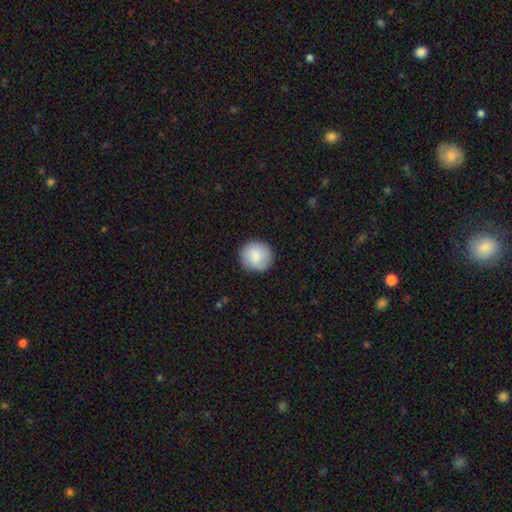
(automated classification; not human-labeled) Smooth or featured: smooth — 86% (featured or disk — 8%)
How rounded: round — 95% (in between — 5%)
Merging: none — 89% (minor disturbance — 8%)